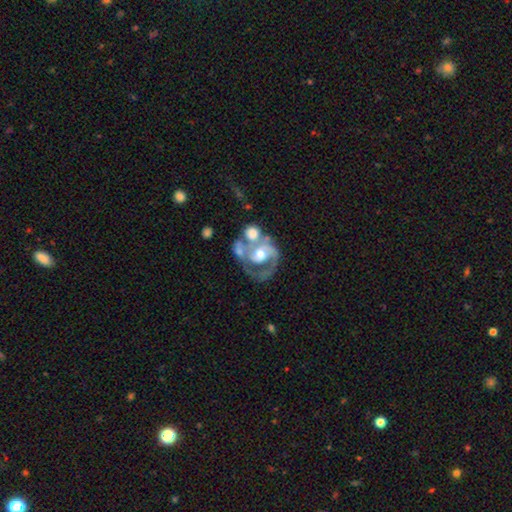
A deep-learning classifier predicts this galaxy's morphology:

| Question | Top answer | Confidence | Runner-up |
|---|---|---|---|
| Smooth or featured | featured or disk | 80% | smooth (13%) |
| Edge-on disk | no | 97% | yes (3%) |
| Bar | no | 58% | weak (29%) |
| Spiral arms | yes | 79% | no (21%) |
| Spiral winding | medium | 43% | tight (40%) |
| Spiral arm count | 2 | 55% | 1 (26%) |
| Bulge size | moderate | 69% | small (16%) |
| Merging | merger | 36% | none (35%) |